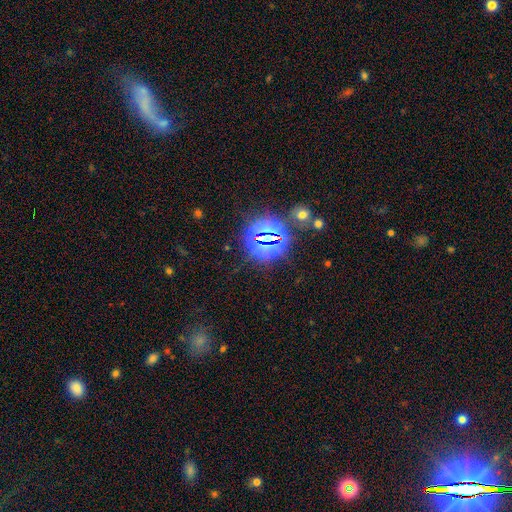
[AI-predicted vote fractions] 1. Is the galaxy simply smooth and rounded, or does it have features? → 75% star or artifact, 16% smooth, 9% featured or disk.